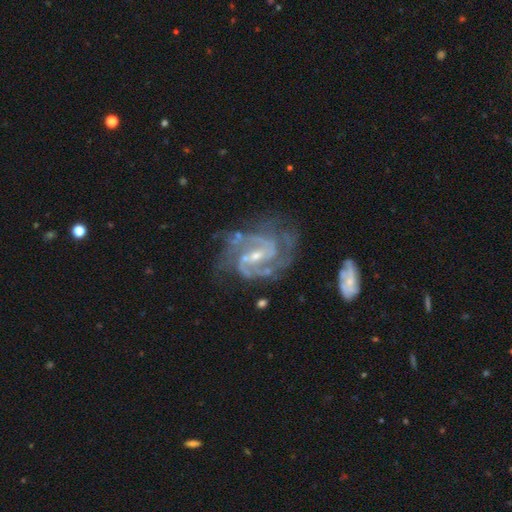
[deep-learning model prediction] This appears to be a featured or disk galaxy (92%) with a weak bar (46%), 2 (64%) medium (54%) spiral arms (98%) and a small central bulge (66%). Merging: none (61%).